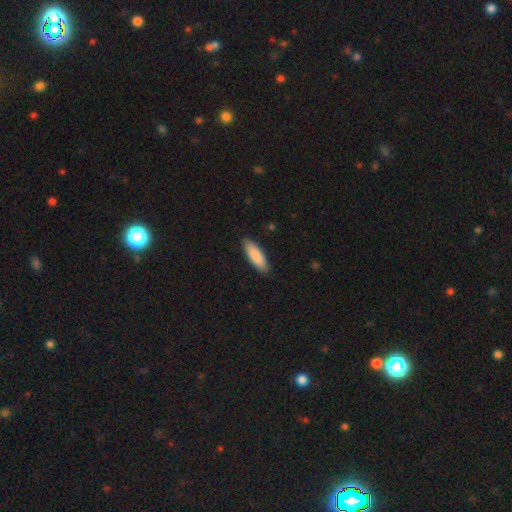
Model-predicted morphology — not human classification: Overall: smooth (88%). How rounded: in between (57%; cigar-shaped 42%). Merging: none (88%).